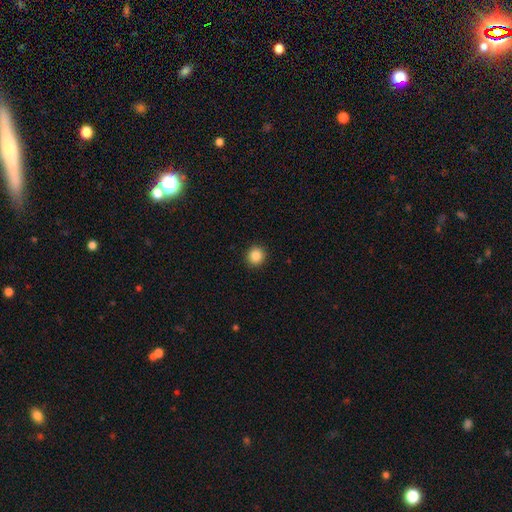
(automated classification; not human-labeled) The model was most divided on "smooth or featured": smooth: 86%, star or artifact: 10%, featured or disk: 4%. More confident: how rounded — round (92%); merging — none (92%).